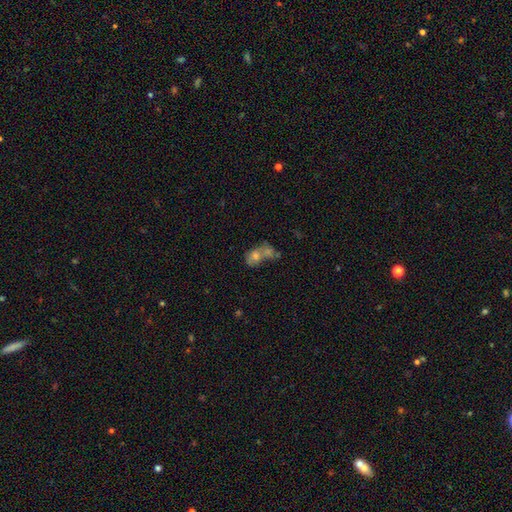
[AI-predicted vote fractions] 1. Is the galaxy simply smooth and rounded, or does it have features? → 56% smooth, 27% featured or disk, 16% star or artifact.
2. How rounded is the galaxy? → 59% in between, 38% round, 3% cigar-shaped.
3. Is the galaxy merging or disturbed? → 60% merger, 22% none, 10% minor disturbance, 9% major disturbance.